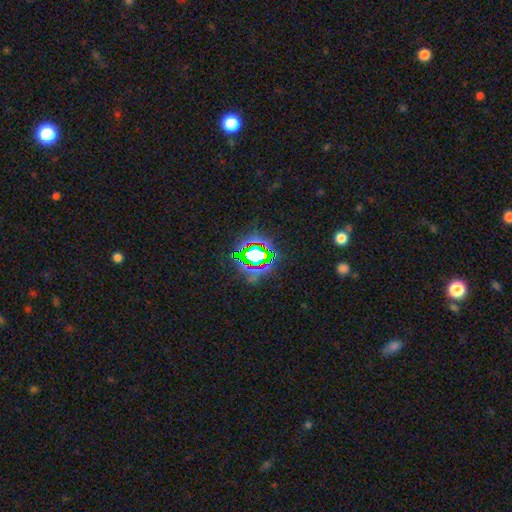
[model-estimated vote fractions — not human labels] Smooth or featured?
  - star or artifact: 69% *
  - smooth: 18%
  - featured or disk: 12%